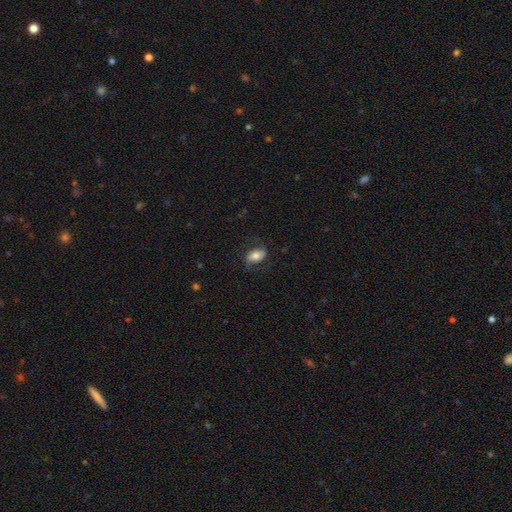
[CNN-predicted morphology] Smooth or featured? Predicted: smooth (p=0.52). How rounded? Predicted: in between (p=0.85). Merging? Predicted: none (p=0.70).